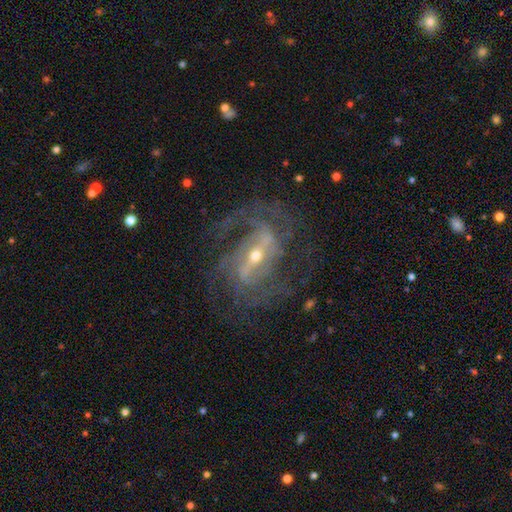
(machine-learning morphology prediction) This is clearly a featured or disk galaxy (89%). It is clearly not viewed edge-on (95%). Bar: possibly strong (59%). Spiral arm pattern: clearly yes (94%). Spiral arm count: possibly 2 (48%). Spiral winding: possibly medium (49%). Central bulge: possibly small (55%). Merging: likely none (65%).